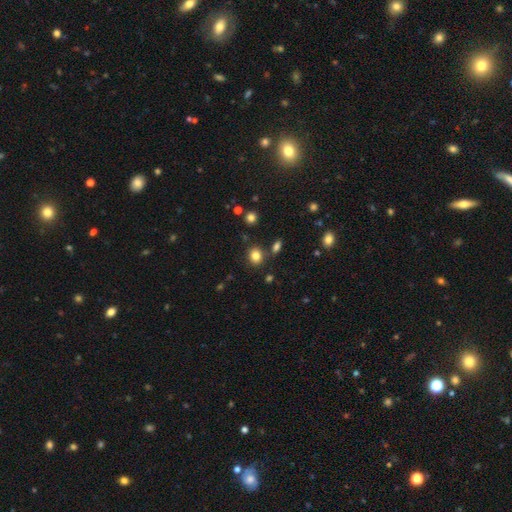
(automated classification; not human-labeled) A smooth galaxy with no disk features (82%) that is round (64%).

Vote fractions:
- Smooth or featured? smooth: 82% / star or artifact: 12% / featured or disk: 6%
- How rounded? round: 64% / in between: 35% / cigar-shaped: 1%
- Merging? none: 81% / minor disturbance: 9% / merger: 7% / major disturbance: 3%